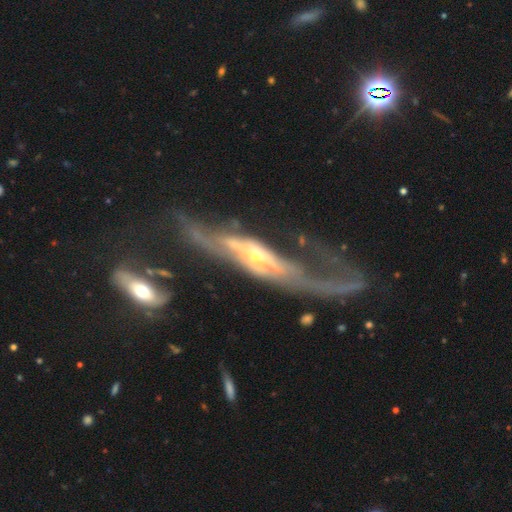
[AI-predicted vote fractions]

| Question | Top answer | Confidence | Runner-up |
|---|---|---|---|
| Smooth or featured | featured or disk | 81% | smooth (13%) |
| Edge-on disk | no | 68% | yes (32%) |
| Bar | no | 61% | weak (24%) |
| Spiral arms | yes | 71% | no (29%) |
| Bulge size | moderate | 46% | tied: small (46%) |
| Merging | major disturbance | 51% | none (22%) |